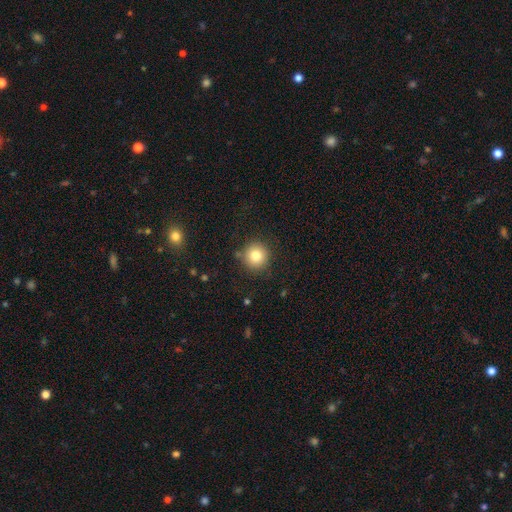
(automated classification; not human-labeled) The model was most divided on "smooth or featured": smooth: 81%, star or artifact: 11%, featured or disk: 8%. More confident: how rounded — round (94%); merging — none (87%).